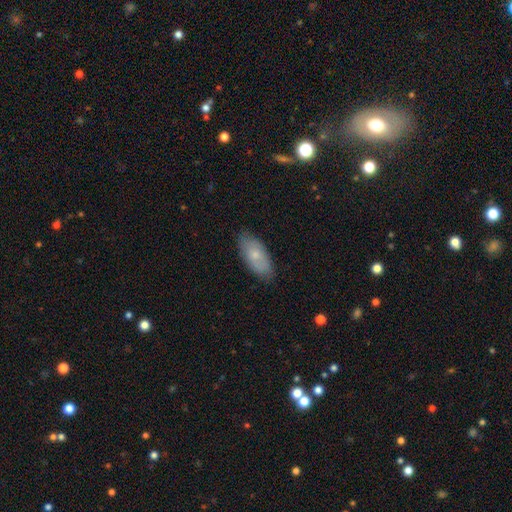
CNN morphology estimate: Smooth or featured?
  - smooth: 67% *
  - featured or disk: 26%
  - star or artifact: 6%
How rounded?
  - in between: 90% *
  - cigar-shaped: 8%
  - round: 3%
Merging?
  - none: 82% *
  - minor disturbance: 14%
  - major disturbance: 2%
  - merger: 1%